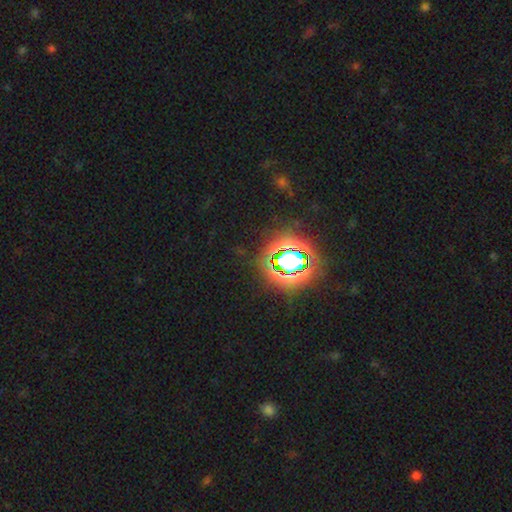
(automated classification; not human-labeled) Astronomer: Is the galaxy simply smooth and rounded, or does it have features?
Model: star or artifact — 81%.